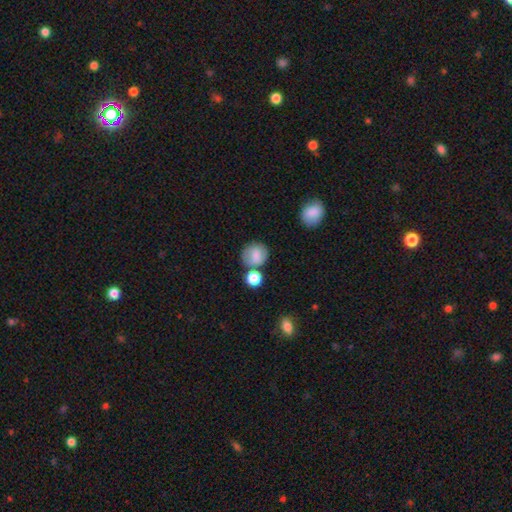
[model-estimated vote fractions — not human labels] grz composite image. It shows a smooth galaxy with no disk features (78%) that is round (76%). Merging: none (60%).